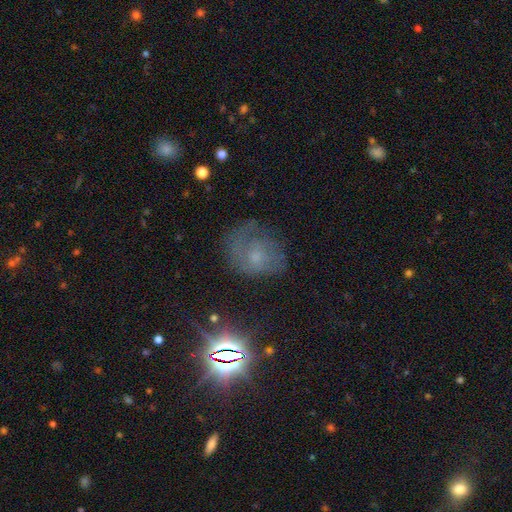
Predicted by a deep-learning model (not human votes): Smooth or featured?
  - featured or disk: 45% *
  - smooth: 31%
  - star or artifact: 24%
Merging?
  - none: 54% *
  - minor disturbance: 24%
  - major disturbance: 19%
  - merger: 2%